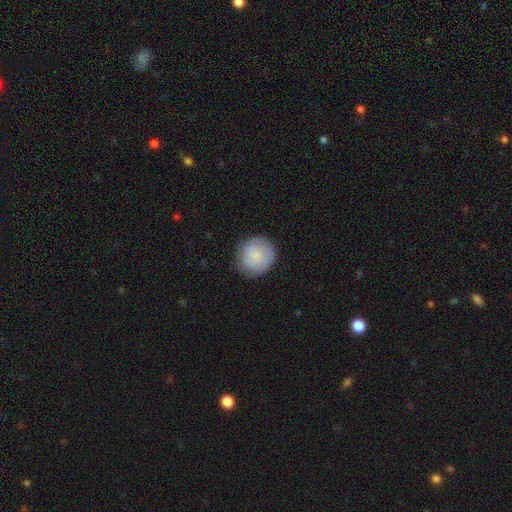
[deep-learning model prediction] Smooth or featured? smooth (79%)
How rounded? round (90%)
Merging? none (79%)